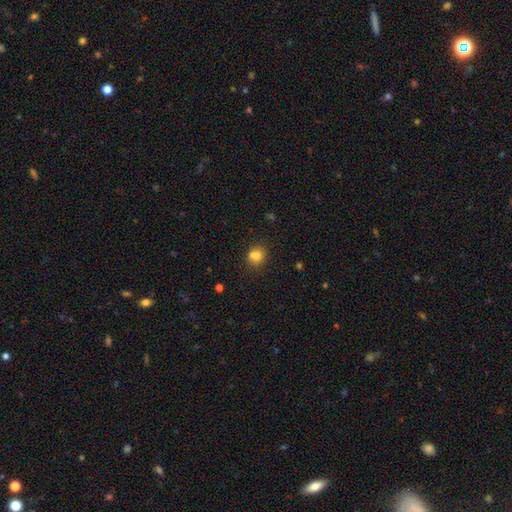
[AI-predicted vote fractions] smooth_or_featured: smooth (p=0.78) [alt: star or artifact p=0.12]
how_rounded: round (p=0.74) [alt: in between p=0.25]
merging: none (p=0.58) [alt: merger p=0.23]